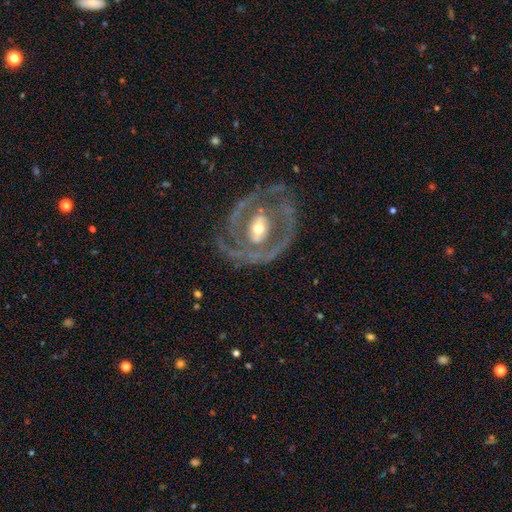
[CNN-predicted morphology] This appears to be a featured or disk galaxy (81%) with no bar (40%), spiral arms (64%) and a moderate central bulge (65%). Merging: none (76%).